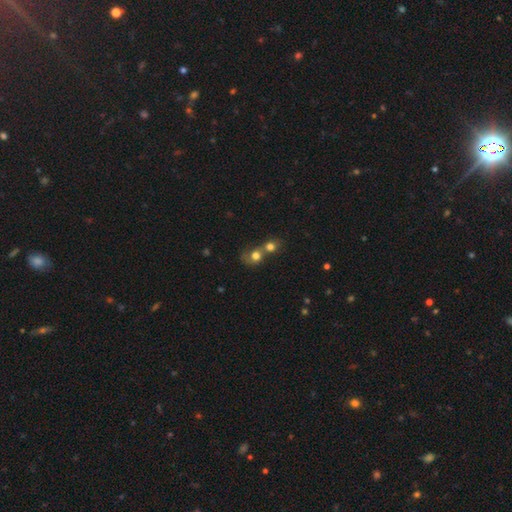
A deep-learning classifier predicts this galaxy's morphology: Smooth or featured? smooth (71%)
How rounded? round (69%)
Merging? merger (73%)